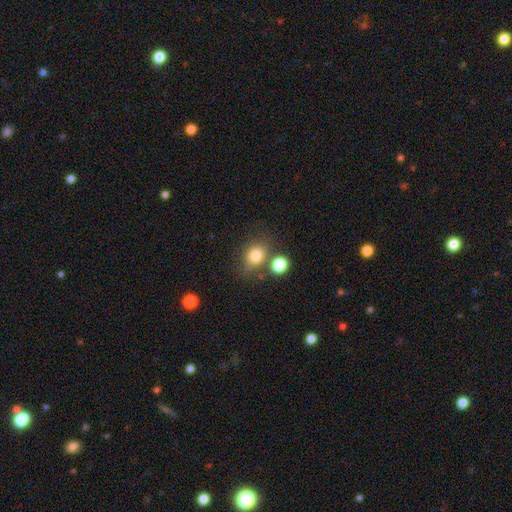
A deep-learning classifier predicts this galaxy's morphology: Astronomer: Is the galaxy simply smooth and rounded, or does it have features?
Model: smooth — 80%.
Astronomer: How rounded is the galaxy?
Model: round — 51% (runner-up: in between, 48%).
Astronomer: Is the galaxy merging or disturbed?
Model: none — 60%.